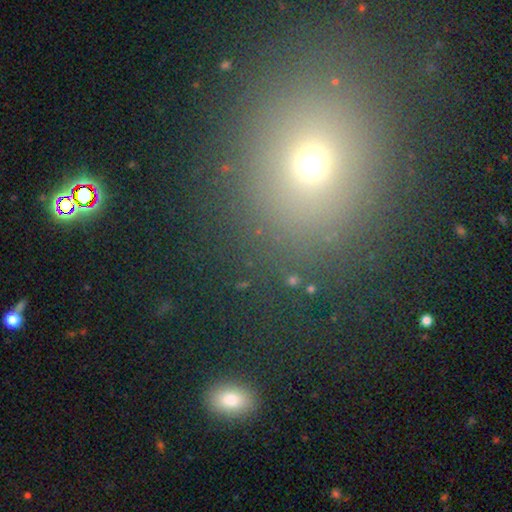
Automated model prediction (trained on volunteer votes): A smooth galaxy with no disk features (58%) that is round (70%).

Vote fractions:
- Smooth or featured? smooth: 58% / star or artifact: 32% / featured or disk: 10%
- How rounded? round: 70% / in between: 27% / cigar-shaped: 2%
- Merging? none: 83% / minor disturbance: 8% / major disturbance: 4% / merger: 4%